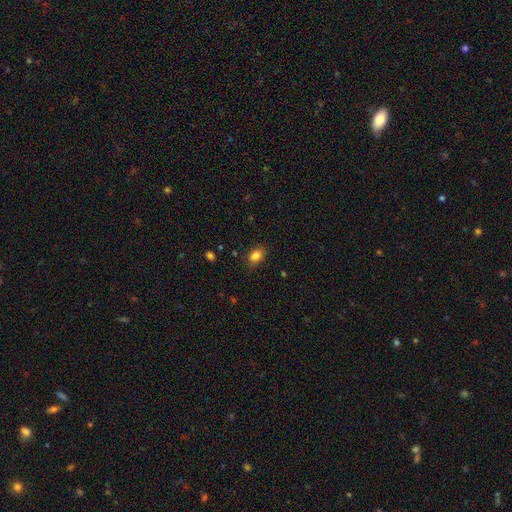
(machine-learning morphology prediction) Smooth or featured? smooth (84%)
How rounded? in between (78%)
Merging? none (82%)